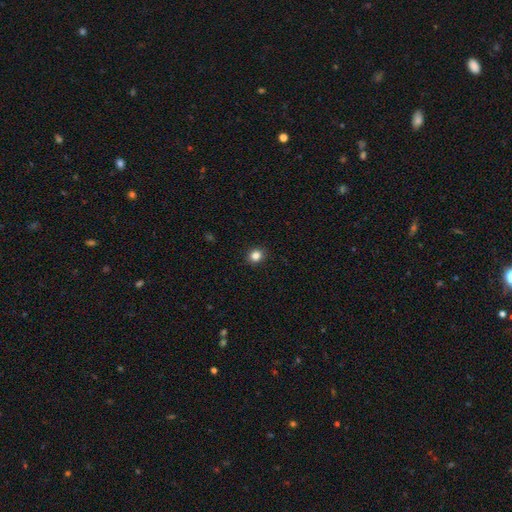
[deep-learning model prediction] smooth-or-featured: smooth: 84% | star or artifact: 12% | featured or disk: 4%
  how-rounded: round: 77% | in between: 23% | cigar-shaped: 1%
  merging: none: 91% | minor disturbance: 6% | major disturbance: 2% | merger: 1%